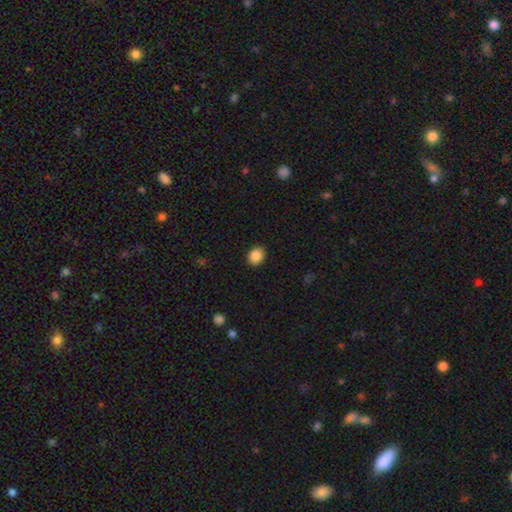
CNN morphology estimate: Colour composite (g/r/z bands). It shows a smooth galaxy with no disk features (87%) that is round (60%). Merging: none (90%).